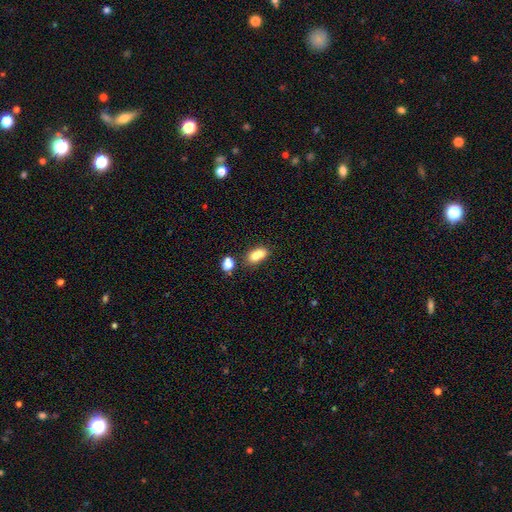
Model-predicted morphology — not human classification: This is likely a smooth galaxy (72%). How rounded: likely in between (72%). Merging: possibly merger (51%).